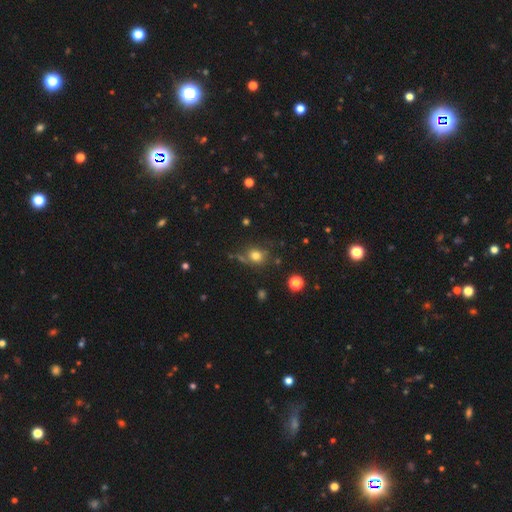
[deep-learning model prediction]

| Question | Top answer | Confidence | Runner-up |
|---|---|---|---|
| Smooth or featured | smooth | 75% | star or artifact (15%) |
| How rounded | round | 73% | in between (26%) |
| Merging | none | 69% | minor disturbance (17%) |